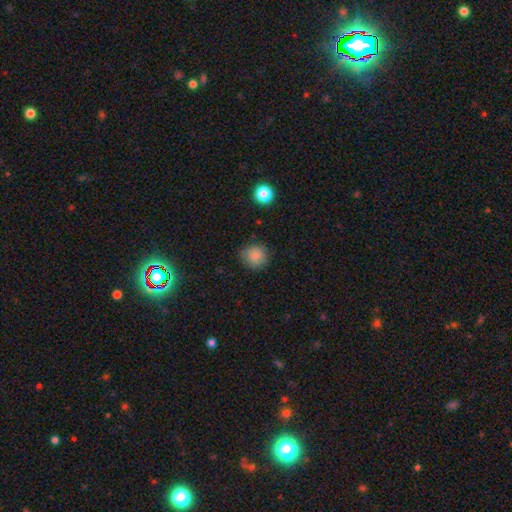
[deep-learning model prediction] A smooth galaxy with no disk features (85%) that is round (91%).

Vote fractions:
- Smooth or featured? smooth: 85% / star or artifact: 10% / featured or disk: 5%
- How rounded? round: 91% / in between: 9% / cigar-shaped: 1%
- Merging? none: 84% / minor disturbance: 12% / major disturbance: 3% / merger: 1%